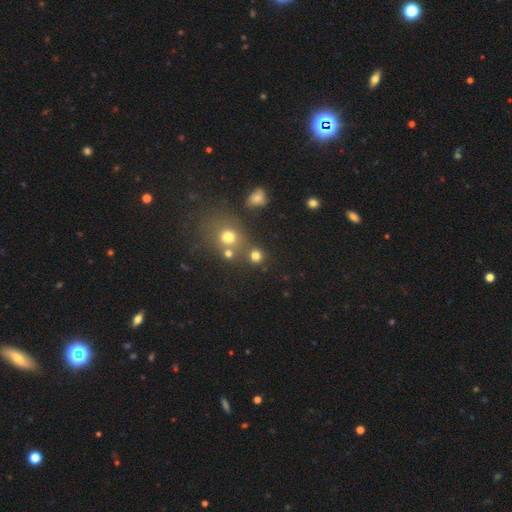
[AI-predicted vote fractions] Q: Smooth or featured?
A: smooth (76%); runner-up: star or artifact (17%)
Q: How rounded?
A: round (89%); runner-up: in between (9%)
Q: Merging?
A: none (71%); runner-up: merger (17%)